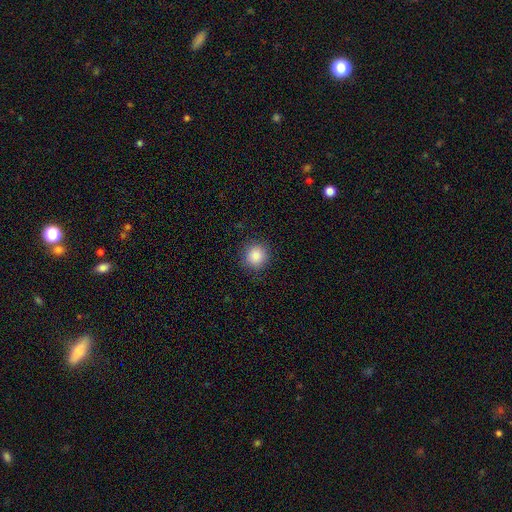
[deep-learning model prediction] Smooth or featured: smooth — 87% (star or artifact — 9%)
How rounded: round — 91% (in between — 8%)
Merging: none — 89% (minor disturbance — 7%)